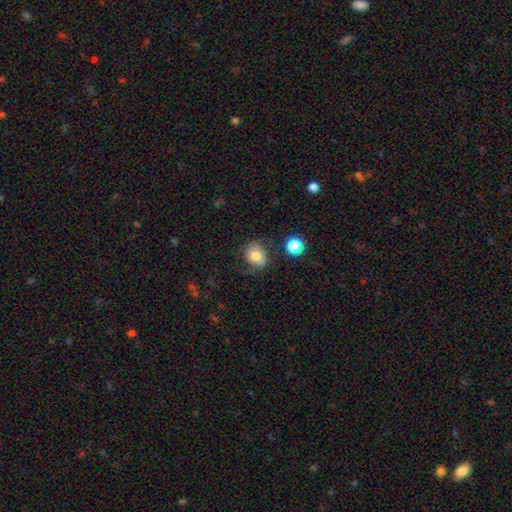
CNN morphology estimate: smooth-or-featured: smooth: 64% | featured or disk: 24% | star or artifact: 11%
  how-rounded: round: 66% | in between: 33% | cigar-shaped: 1%
  merging: none: 61% | minor disturbance: 22% | major disturbance: 13% | merger: 3%